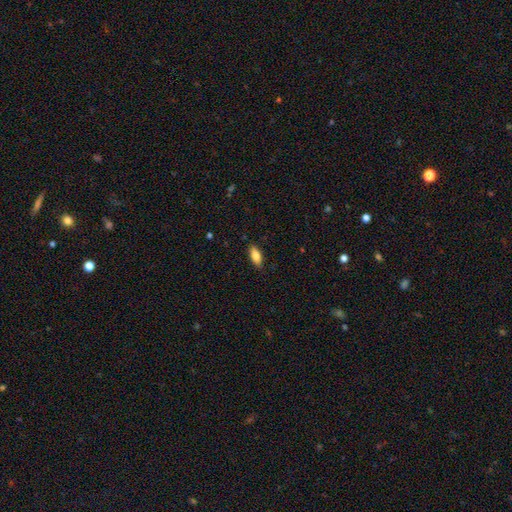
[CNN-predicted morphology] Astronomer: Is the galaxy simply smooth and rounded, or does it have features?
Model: smooth — 79%.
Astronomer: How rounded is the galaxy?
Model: in between — 81%.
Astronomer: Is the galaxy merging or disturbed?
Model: none — 87%.